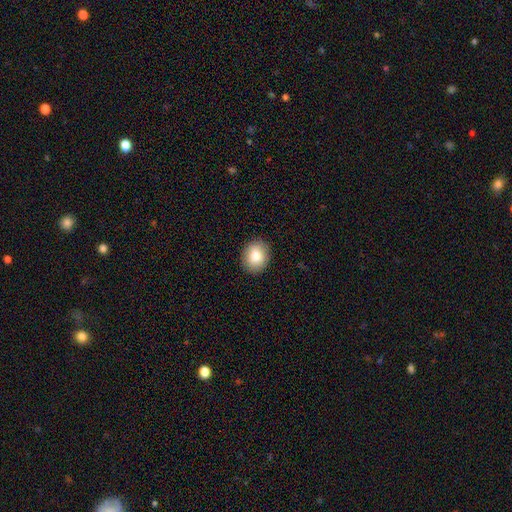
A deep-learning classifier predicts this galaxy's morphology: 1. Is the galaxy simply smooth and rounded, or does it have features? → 83% smooth, 9% featured or disk, 8% star or artifact.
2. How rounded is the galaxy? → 57% round, 42% in between, 1% cigar-shaped.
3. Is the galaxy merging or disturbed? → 90% none, 7% minor disturbance, 2% major disturbance, 1% merger.